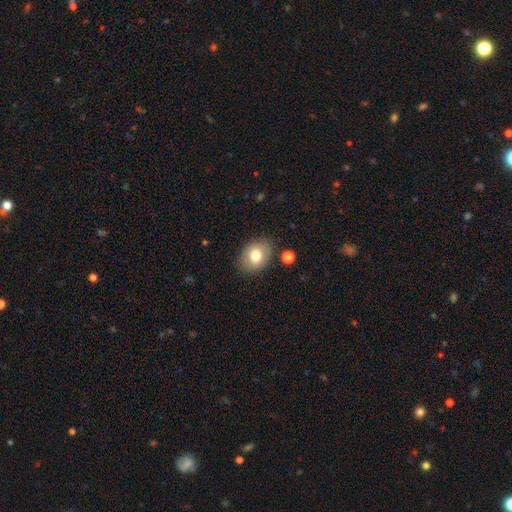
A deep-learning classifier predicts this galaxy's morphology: smooth_or_featured: smooth (p=0.77) [alt: featured or disk p=0.15]
how_rounded: in between (p=0.62) [alt: round p=0.37]
merging: none (p=0.83) [alt: minor disturbance p=0.12]